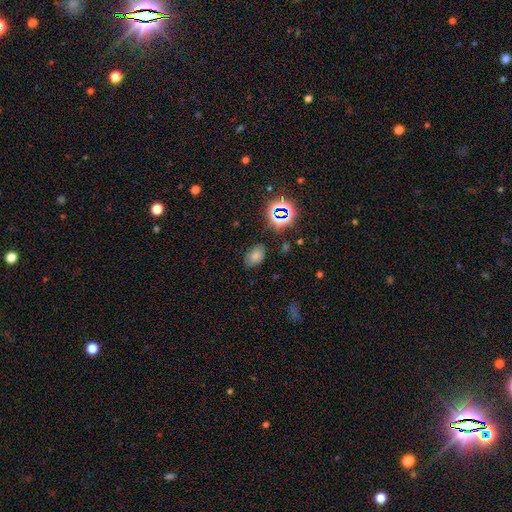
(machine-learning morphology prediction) Smooth or featured? Predicted: smooth (p=0.69). How rounded? Predicted: in between (p=0.83). Merging? Predicted: none (p=0.77).